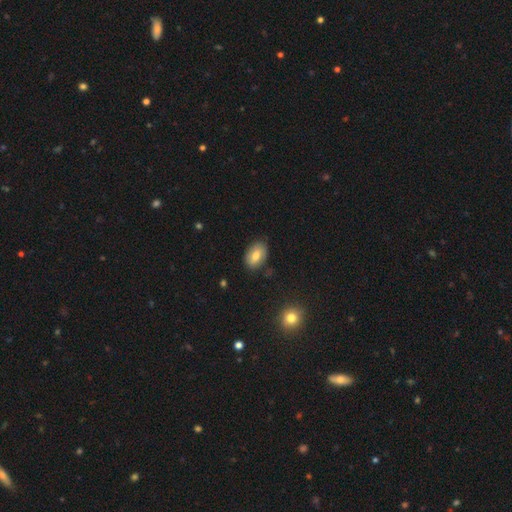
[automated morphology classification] Smooth or featured? Predicted: smooth (p=0.73). How rounded? Predicted: in between (p=0.88). Merging? Predicted: none (p=0.79).